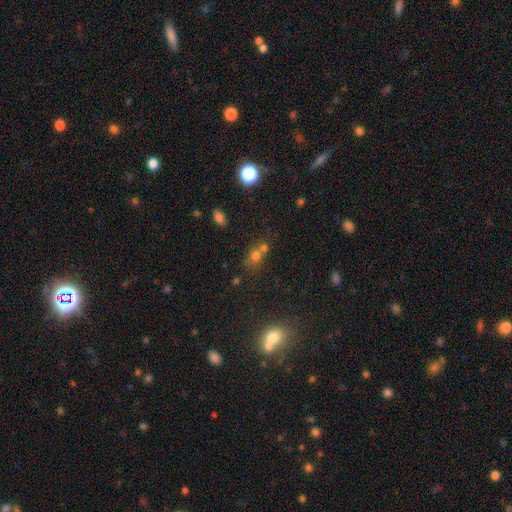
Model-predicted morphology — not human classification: Smooth or featured: smooth — 66% (star or artifact — 22%)
How rounded: round — 65% (in between — 33%)
Merging: merger — 48% (none — 39%)